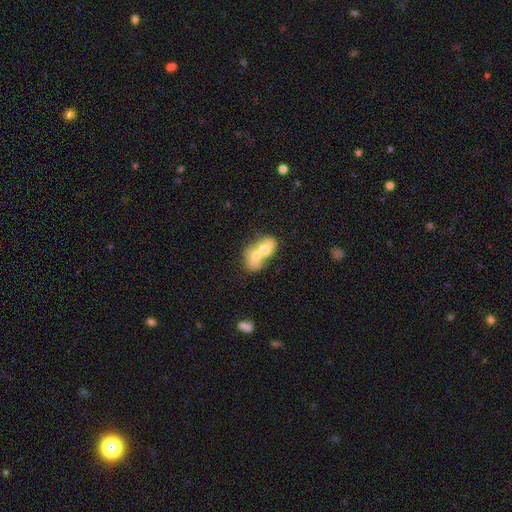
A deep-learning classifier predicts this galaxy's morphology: Smooth or featured?
  - smooth: 63% *
  - featured or disk: 30%
  - star or artifact: 7%
How rounded?
  - in between: 63% *
  - round: 35%
  - cigar-shaped: 1%
Merging?
  - merger: 81% *
  - none: 11%
  - minor disturbance: 5%
  - major disturbance: 3%